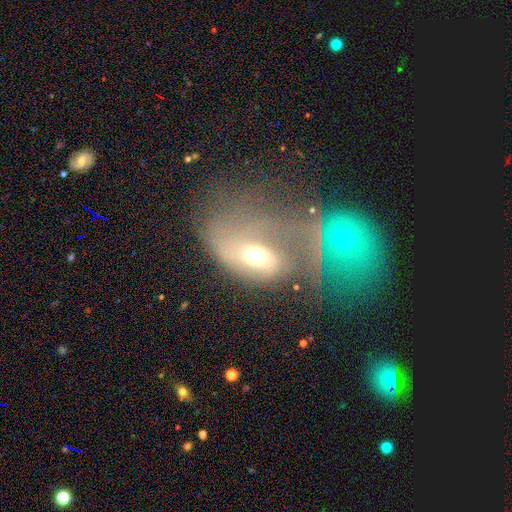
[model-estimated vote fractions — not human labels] featured or disk 50%, smooth 38%, star or artifact 13%. Down the decision tree: merging — major disturbance (38%).